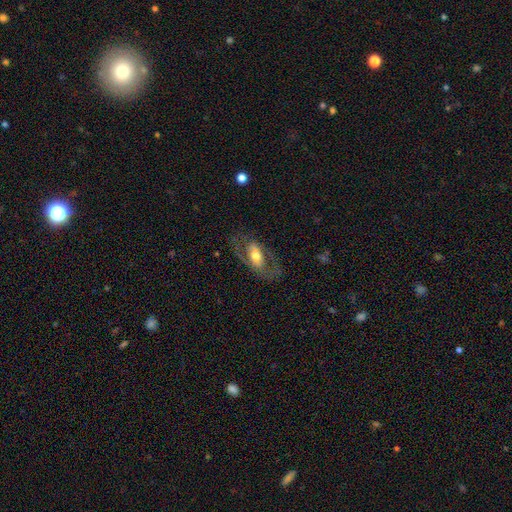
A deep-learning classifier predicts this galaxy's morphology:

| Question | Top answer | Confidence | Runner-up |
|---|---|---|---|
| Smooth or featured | featured or disk | 65% | smooth (29%) |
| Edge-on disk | no | 90% | yes (10%) |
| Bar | no | 36% | weak (32%) |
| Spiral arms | yes | 61% | no (39%) |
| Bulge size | moderate | 64% | large (19%) |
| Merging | none | 66% | major disturbance (17%) |